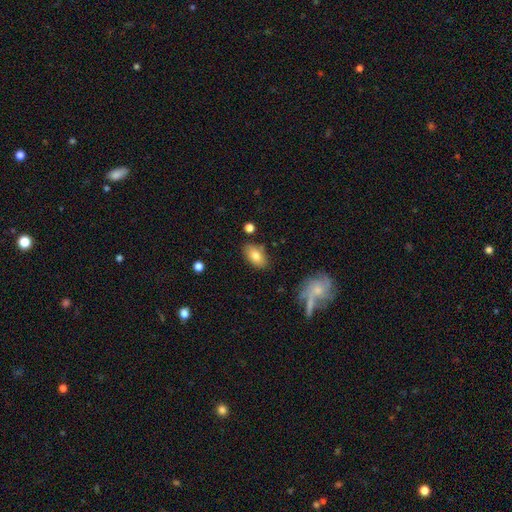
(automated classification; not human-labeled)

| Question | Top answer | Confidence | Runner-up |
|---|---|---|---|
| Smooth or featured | smooth | 79% | featured or disk (13%) |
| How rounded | in between | 90% | round (7%) |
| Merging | none | 81% | minor disturbance (13%) |